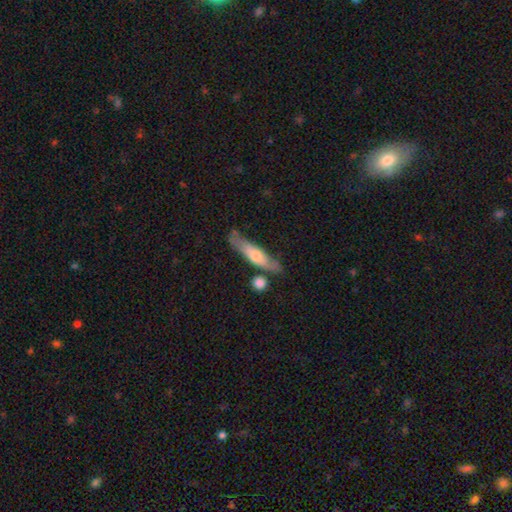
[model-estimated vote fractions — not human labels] smooth-or-featured: smooth: 50% | featured or disk: 45% | star or artifact: 6%
  merging: none: 63% | minor disturbance: 20% | merger: 11% | major disturbance: 6%